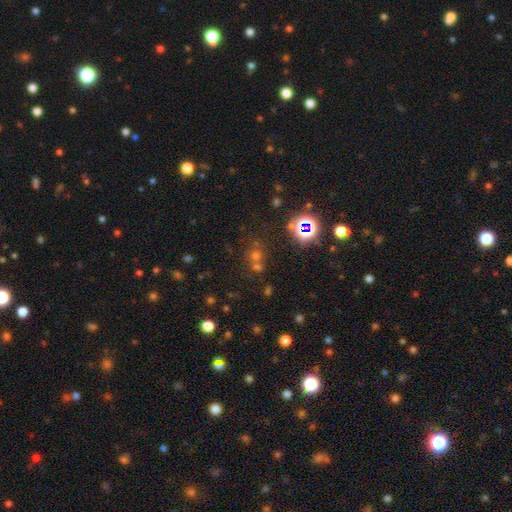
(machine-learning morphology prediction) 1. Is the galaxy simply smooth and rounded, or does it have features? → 47% star or artifact, 41% smooth, 12% featured or disk.